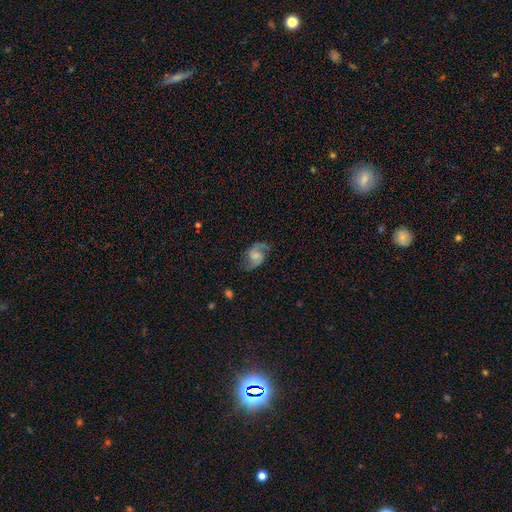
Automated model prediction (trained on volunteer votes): Q: Smooth or featured?
A: featured or disk (81%); runner-up: smooth (12%)
Q: Edge-on disk?
A: no (97%); runner-up: yes (3%)
Q: Bar?
A: no (50%); runner-up: weak (42%)
Q: Spiral arms?
A: yes (96%); runner-up: no (4%)
Q: Spiral winding?
A: medium (53%); runner-up: loose (31%)
Q: Spiral arm count?
A: 2 (91%); runner-up: can't tell (3%)
Q: Bulge size?
A: moderate (36%); runner-up: small (33%)
Q: Merging?
A: none (75%); runner-up: minor disturbance (17%)